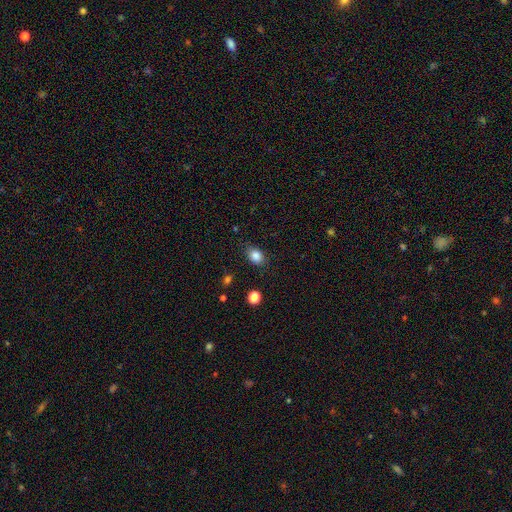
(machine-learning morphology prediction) Smooth or featured? smooth (84%)
How rounded? in between (68%)
Merging? none (78%)